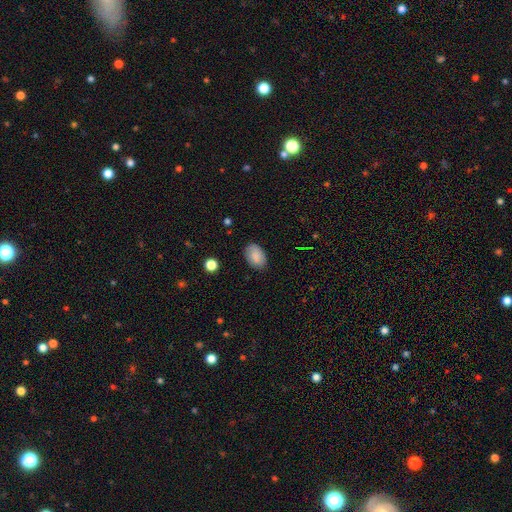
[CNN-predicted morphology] Smooth or featured?
  - smooth: 84% *
  - star or artifact: 8%
  - featured or disk: 8%
How rounded?
  - in between: 88% *
  - round: 11%
  - cigar-shaped: 1%
Merging?
  - none: 82% *
  - minor disturbance: 14%
  - major disturbance: 3%
  - merger: 1%